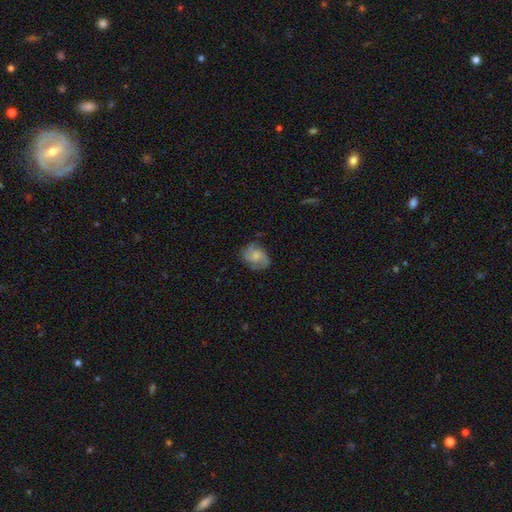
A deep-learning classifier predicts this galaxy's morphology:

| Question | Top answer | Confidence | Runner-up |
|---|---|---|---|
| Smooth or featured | featured or disk | 58% | smooth (35%) |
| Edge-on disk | no | 98% | yes (2%) |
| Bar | no | 67% | weak (29%) |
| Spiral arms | yes | 89% | no (11%) |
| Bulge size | small | 36% | moderate (31%) |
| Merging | none | 67% | minor disturbance (22%) |